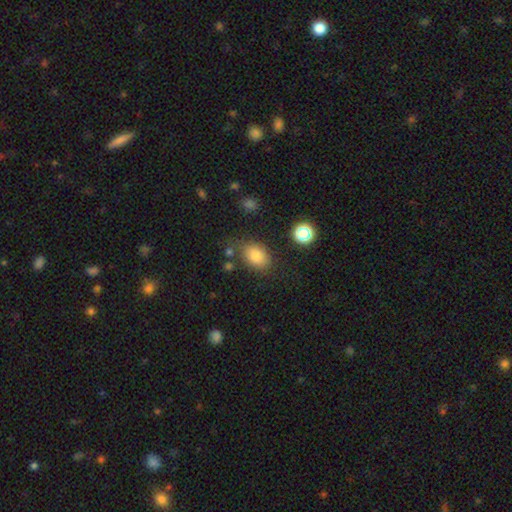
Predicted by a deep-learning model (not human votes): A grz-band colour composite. It shows a smooth galaxy with no disk features (82%) that is in between round and cigar-shaped (77%). Merging: none (71%).